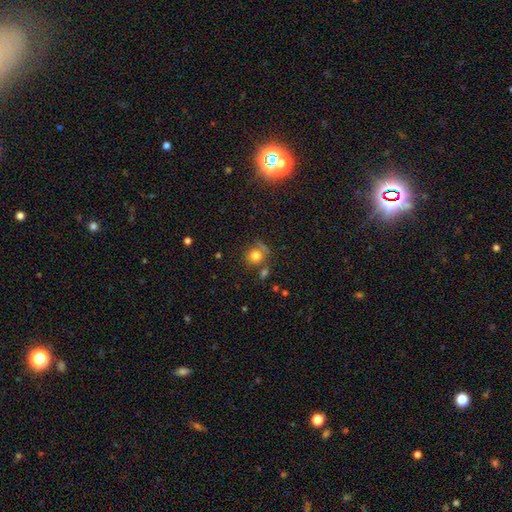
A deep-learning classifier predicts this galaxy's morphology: Smooth or featured: smooth — 78% (star or artifact — 13%)
How rounded: round — 85% (in between — 13%)
Merging: none — 67% (minor disturbance — 13%)